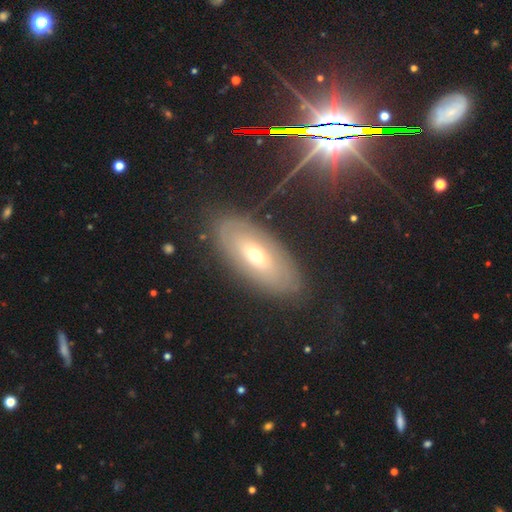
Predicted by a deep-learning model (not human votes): smooth-or-featured: featured or disk: 53% | smooth: 34% | star or artifact: 13%
  disk-edge-on: no: 79% | yes: 21%
  merging: none: 82% | minor disturbance: 12% | major disturbance: 5% | merger: 1%